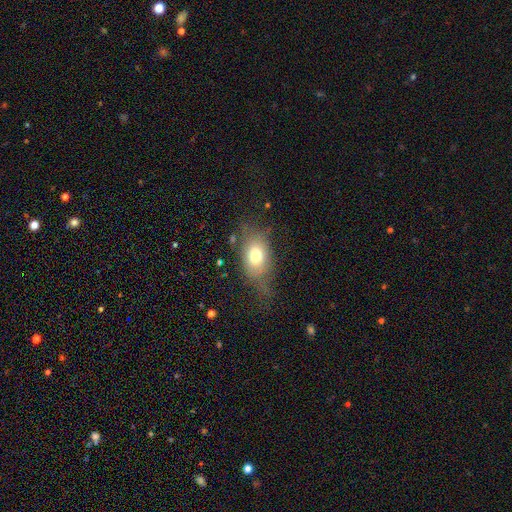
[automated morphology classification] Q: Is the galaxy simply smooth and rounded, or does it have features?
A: smooth — 71%.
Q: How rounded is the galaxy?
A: in between — 81%.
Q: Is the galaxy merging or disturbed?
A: none — 50%.